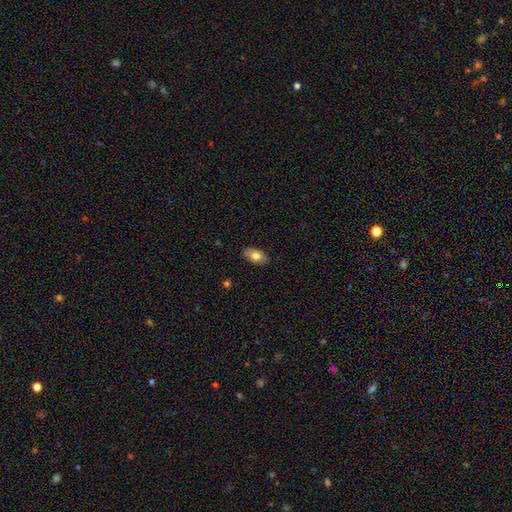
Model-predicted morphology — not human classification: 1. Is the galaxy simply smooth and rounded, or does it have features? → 76% smooth, 17% featured or disk, 7% star or artifact.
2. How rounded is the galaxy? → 92% in between, 5% round, 3% cigar-shaped.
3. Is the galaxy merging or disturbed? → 87% none, 10% minor disturbance, 2% major disturbance, 1% merger.